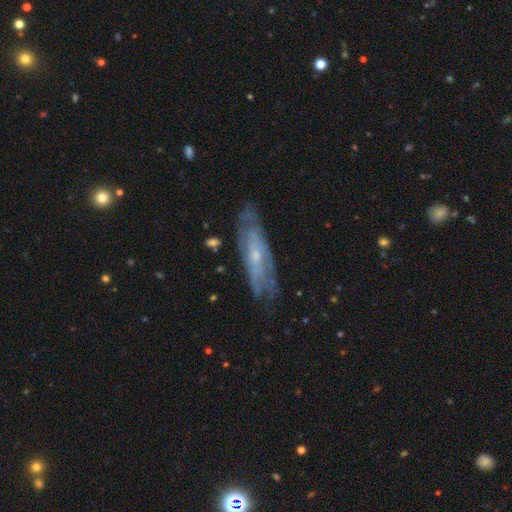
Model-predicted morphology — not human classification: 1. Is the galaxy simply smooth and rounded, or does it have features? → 71% featured or disk, 22% smooth, 7% star or artifact.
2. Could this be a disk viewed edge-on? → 68% no, 32% yes.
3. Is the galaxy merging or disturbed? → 72% none, 20% minor disturbance, 7% major disturbance, 2% merger.